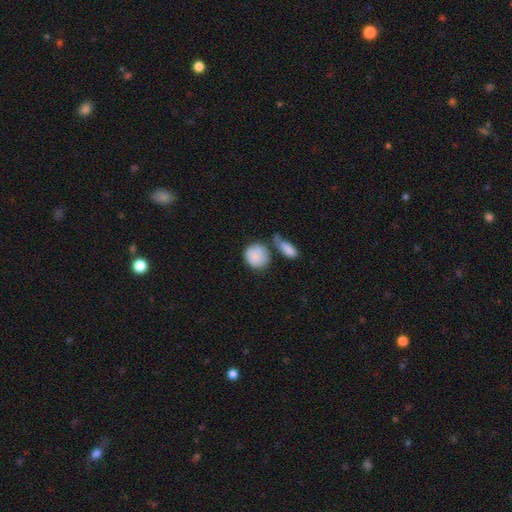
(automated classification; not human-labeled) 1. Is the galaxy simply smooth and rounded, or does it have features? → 85% smooth, 8% featured or disk, 6% star or artifact.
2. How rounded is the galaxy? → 78% round, 21% in between, 1% cigar-shaped.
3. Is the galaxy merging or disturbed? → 46% none, 27% merger, 19% minor disturbance, 9% major disturbance.